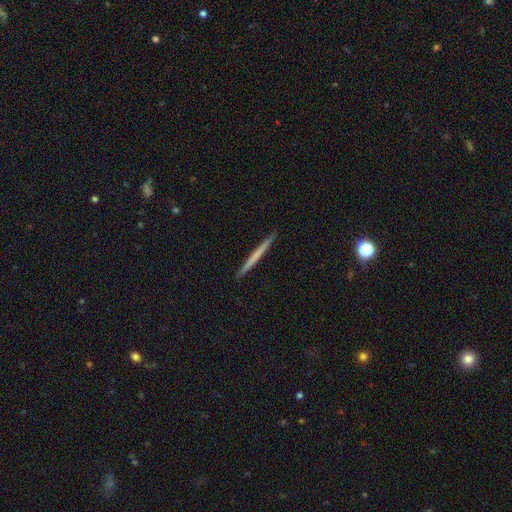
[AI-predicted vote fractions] smooth-or-featured: smooth: 53% | featured or disk: 42% | star or artifact: 5%
  how-rounded: cigar-shaped: 97% | in between: 1% | round: 1%
  merging: none: 93% | minor disturbance: 5% | major disturbance: 1% | merger: 1%